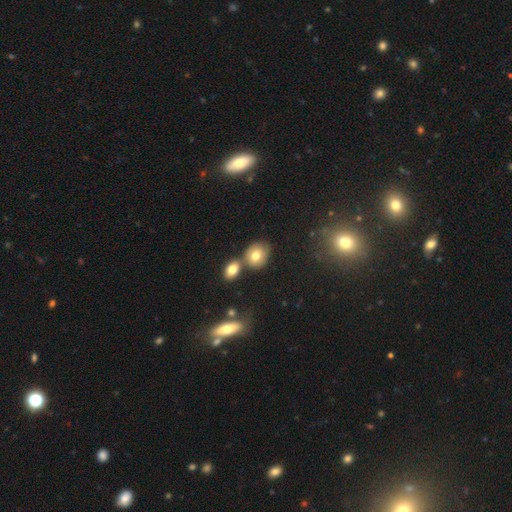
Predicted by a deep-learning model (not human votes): smooth_or_featured: smooth (p=0.74) [alt: featured or disk p=0.15]
how_rounded: round (p=0.58) [alt: in between p=0.41]
merging: none (p=0.57) [alt: merger p=0.27]